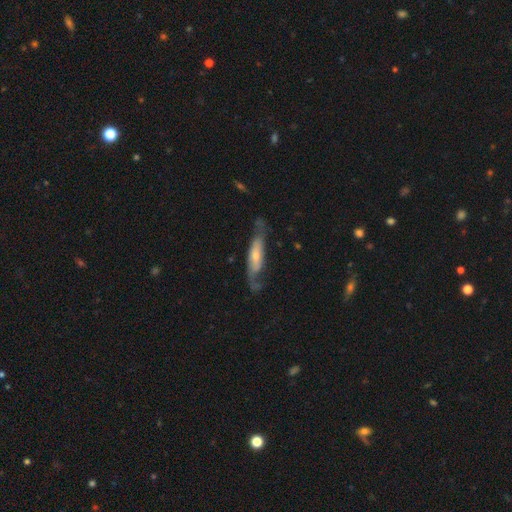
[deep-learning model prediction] Smooth or featured?
  - featured or disk: 59% *
  - smooth: 36%
  - star or artifact: 5%
Edge-on disk?
  - no: 65% *
  - yes: 35%
Merging?
  - none: 51% *
  - minor disturbance: 26%
  - major disturbance: 20%
  - merger: 3%